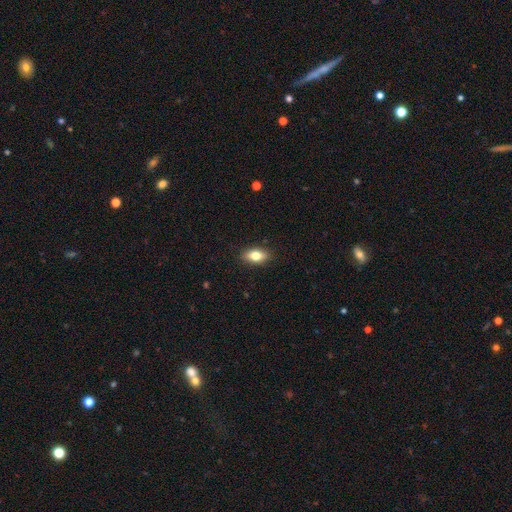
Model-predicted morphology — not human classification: A smooth galaxy with no disk features (74%) that is in between round and cigar-shaped (84%). Merging: none (88%).